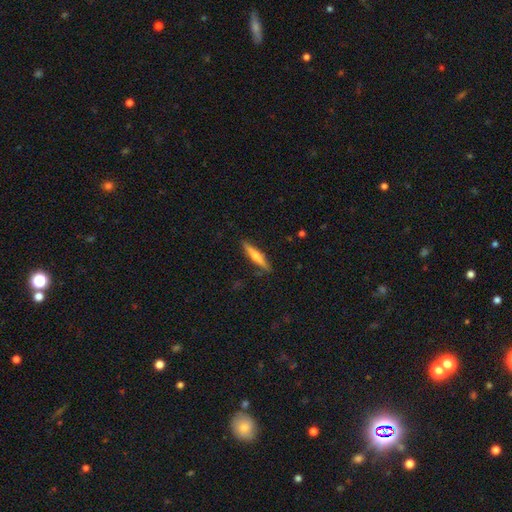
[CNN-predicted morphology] This appears to be a featured or disk galaxy (48%). Merging: none (87%).